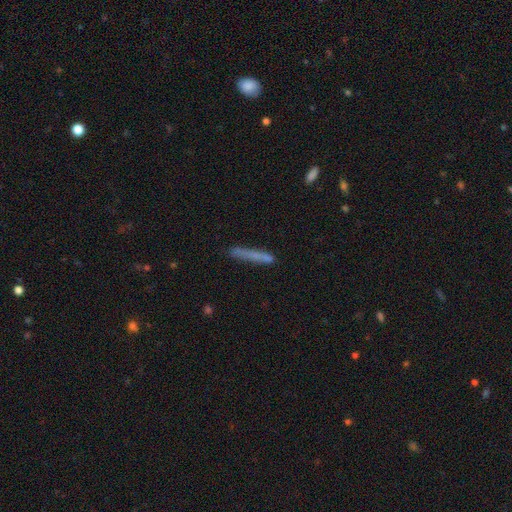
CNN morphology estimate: Smooth or featured?
  - smooth: 69% *
  - featured or disk: 22%
  - star or artifact: 9%
How rounded?
  - cigar-shaped: 96% *
  - in between: 3%
  - round: 1%
Merging?
  - none: 81% *
  - minor disturbance: 13%
  - major disturbance: 3%
  - merger: 3%